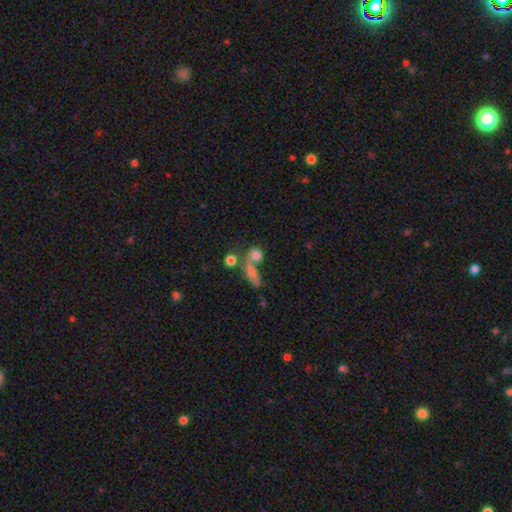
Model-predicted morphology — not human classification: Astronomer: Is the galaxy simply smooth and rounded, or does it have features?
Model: smooth — 71%.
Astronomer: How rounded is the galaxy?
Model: round — 57% (runner-up: in between, 32%).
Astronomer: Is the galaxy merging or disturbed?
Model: merger — 44% (runner-up: none, 36%).